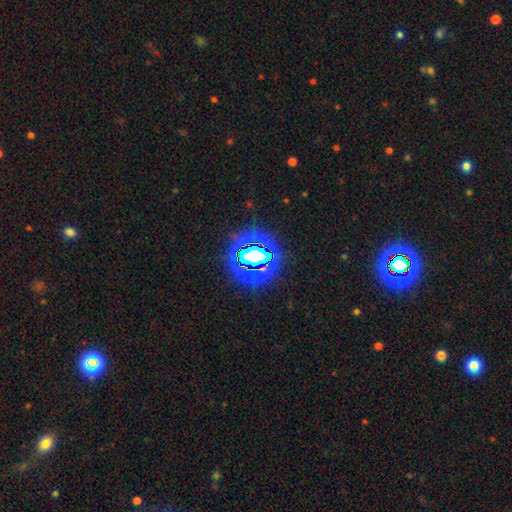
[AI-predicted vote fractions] Morphology: type=star or artifact (75%).